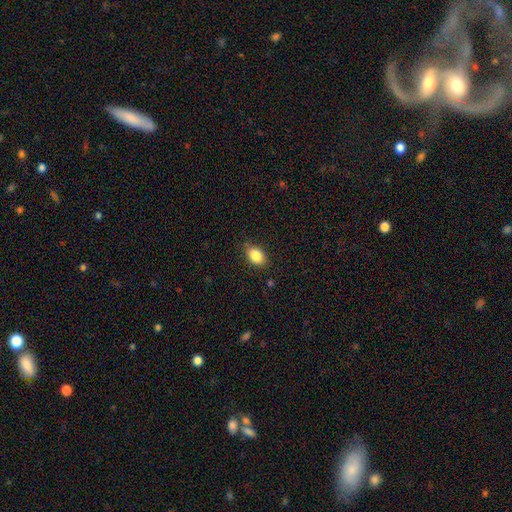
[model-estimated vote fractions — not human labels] Morphology: type=smooth (86%); roundness=in between (82%); merging=none (80%).